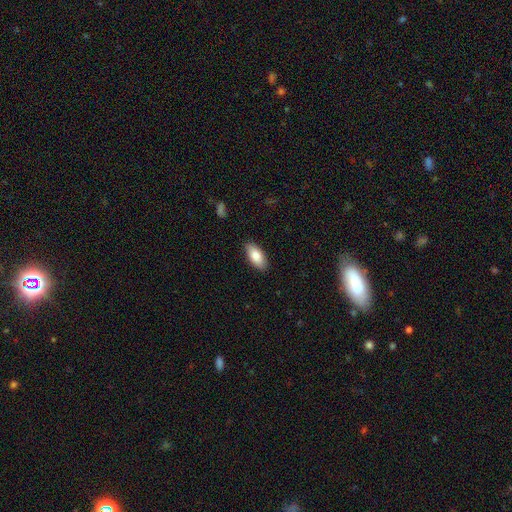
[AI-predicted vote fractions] A smooth galaxy with no disk features (83%) that is in between round and cigar-shaped (90%).

Vote fractions:
- Smooth or featured? smooth: 83% / featured or disk: 11% / star or artifact: 6%
- How rounded? in between: 90% / cigar-shaped: 8% / round: 2%
- Merging? none: 87% / minor disturbance: 10% / major disturbance: 2% / merger: 1%